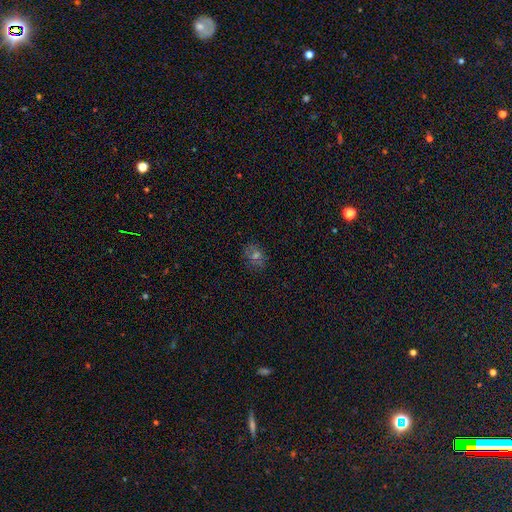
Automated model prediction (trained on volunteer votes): Smooth or featured? Predicted: smooth (p=0.52). How rounded? Predicted: round (p=0.53). Merging? Predicted: none (p=0.81).